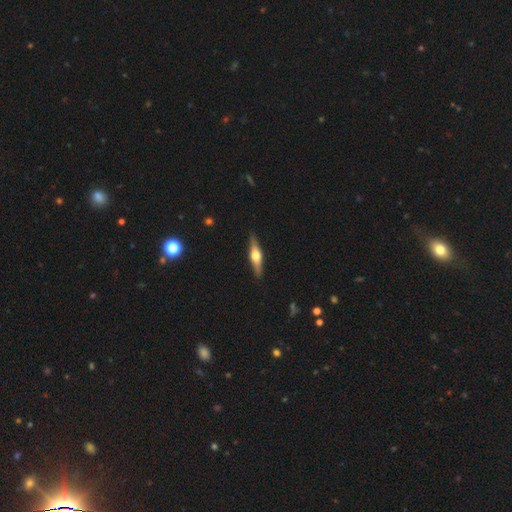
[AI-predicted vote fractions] Smooth or featured: featured or disk — 64% (smooth — 30%)
Edge-on disk: yes — 95% (no — 5%)
Edge-on bulge: rounded — 93% (boxy — 5%)
Merging: none — 89% (minor disturbance — 8%)